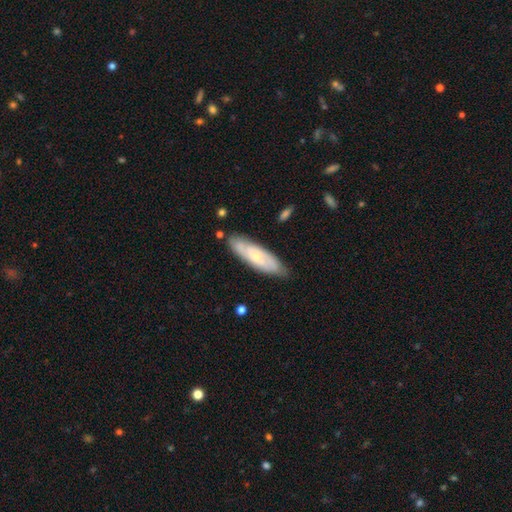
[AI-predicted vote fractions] featured or disk 47%, smooth 46%, star or artifact 7%. Down the decision tree: merging — none (79%).